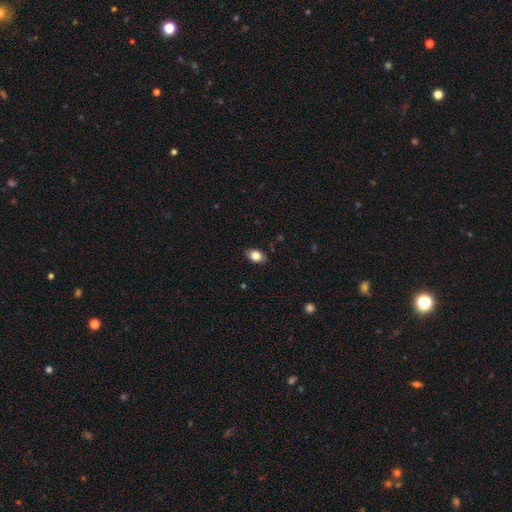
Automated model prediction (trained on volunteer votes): Smooth or featured: smooth — 85% (star or artifact — 8%)
How rounded: in between — 83% (round — 15%)
Merging: none — 85% (minor disturbance — 11%)